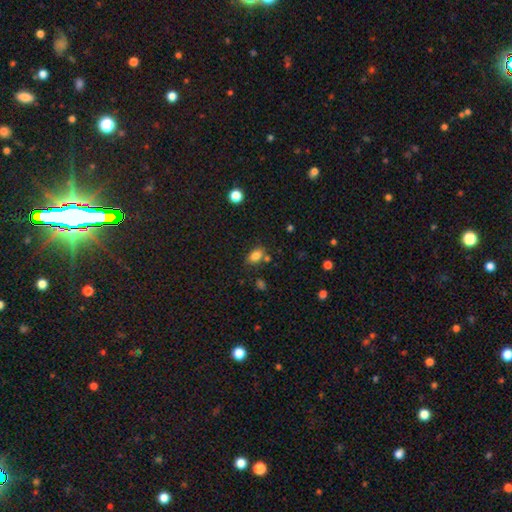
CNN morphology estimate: A smooth galaxy with no disk features (82%) that is in between round and cigar-shaped (82%). Merging: none (68%).